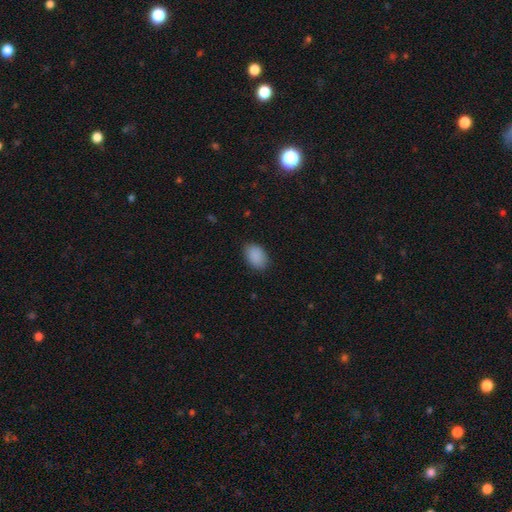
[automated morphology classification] smooth 90%, star or artifact 7%, featured or disk 3%. Down the decision tree: how rounded — in between (87%); merging — none (84%).